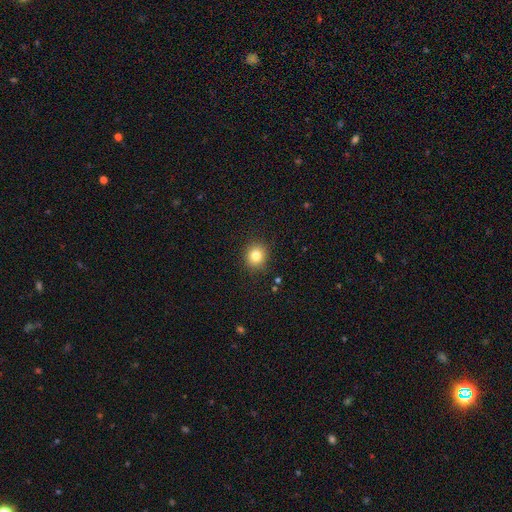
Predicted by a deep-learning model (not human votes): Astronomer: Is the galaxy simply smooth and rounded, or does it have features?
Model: smooth — 81%.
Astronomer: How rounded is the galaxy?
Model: round — 85%.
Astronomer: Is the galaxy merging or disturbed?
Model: none — 89%.